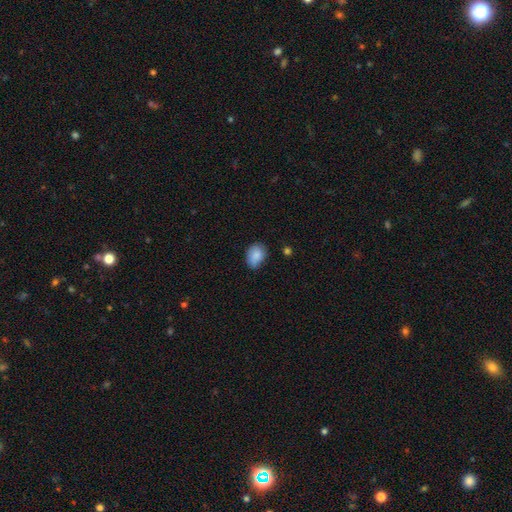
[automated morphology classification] The model was most divided on "how rounded": in between: 65%, round: 34%, cigar-shaped: 1%. More confident: smooth or featured — smooth (86%); merging — none (64%).